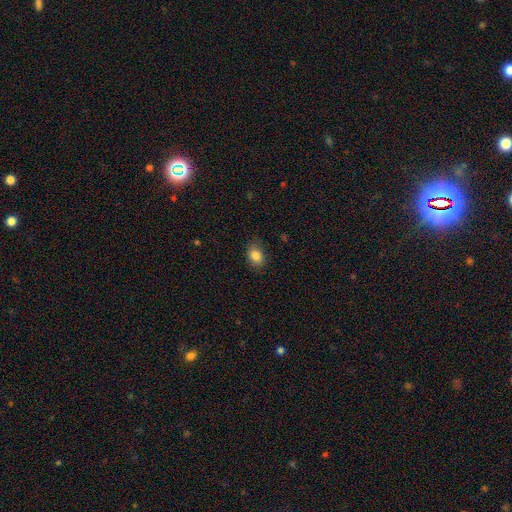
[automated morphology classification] Smooth or featured? Predicted: smooth (p=0.86). How rounded? Predicted: in between (p=0.71). Merging? Predicted: none (p=0.80).